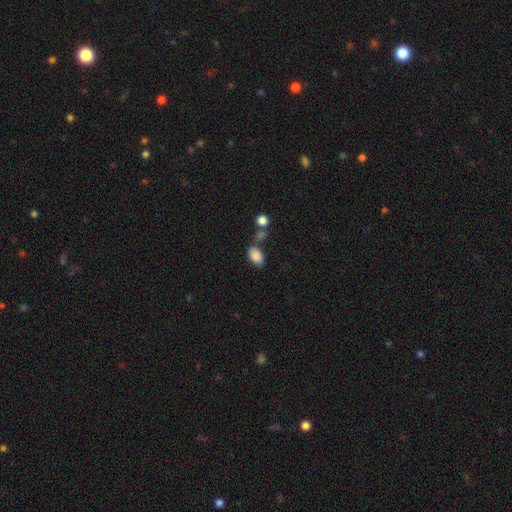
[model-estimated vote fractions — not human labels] Overall: smooth (87%). How rounded: in between (91%). Merging: none (62%).